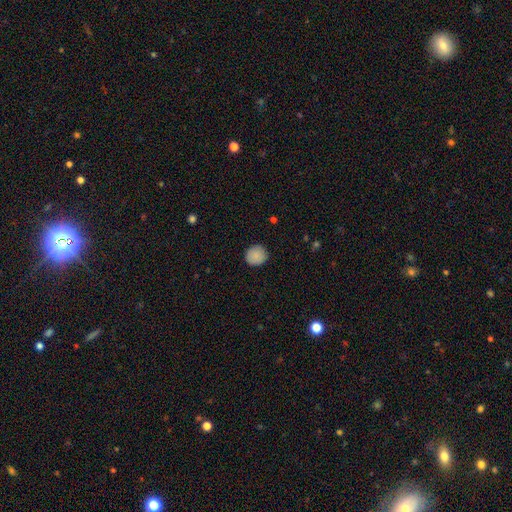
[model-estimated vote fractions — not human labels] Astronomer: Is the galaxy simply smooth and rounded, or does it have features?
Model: smooth — 88%.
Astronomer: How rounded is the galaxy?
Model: round — 89%.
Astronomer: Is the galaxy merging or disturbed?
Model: none — 89%.